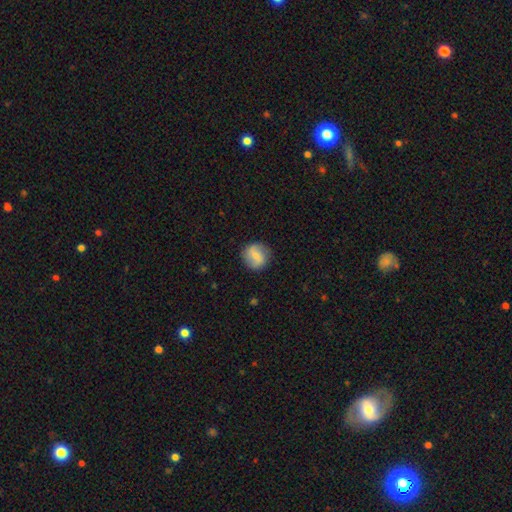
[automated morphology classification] smooth_or_featured: smooth (p=0.57) [alt: featured or disk p=0.36]
how_rounded: round (p=0.89) [alt: in between p=0.10]
merging: none (p=0.86) [alt: minor disturbance p=0.10]